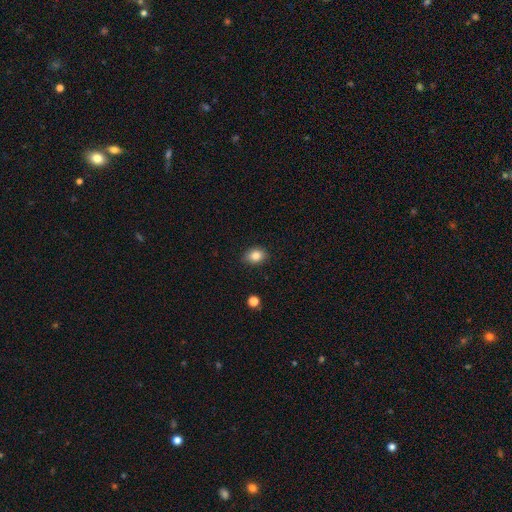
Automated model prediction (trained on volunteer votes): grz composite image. It shows a smooth galaxy with no disk features (84%) that is in between round and cigar-shaped (64%). Merging: none (85%).